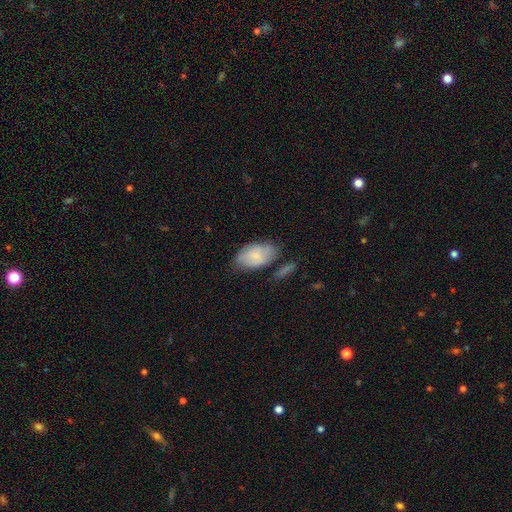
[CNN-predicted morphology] Q: Smooth or featured?
A: smooth (70%); runner-up: featured or disk (23%)
Q: How rounded?
A: in between (92%); runner-up: round (6%)
Q: Merging?
A: none (60%); runner-up: minor disturbance (25%)